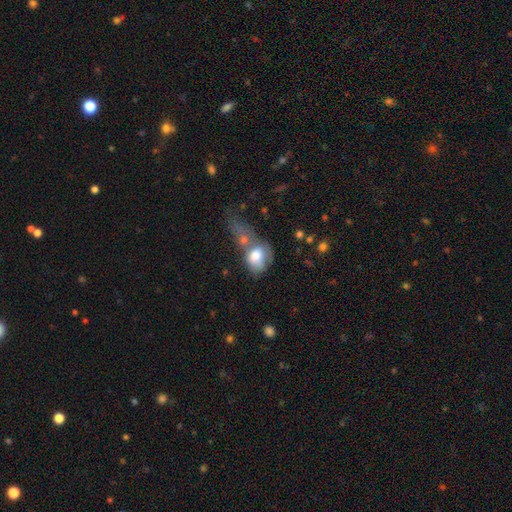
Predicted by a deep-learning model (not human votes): This is likely a smooth galaxy (72%). How rounded: likely in between (70%). Merging: possibly merger (49%).